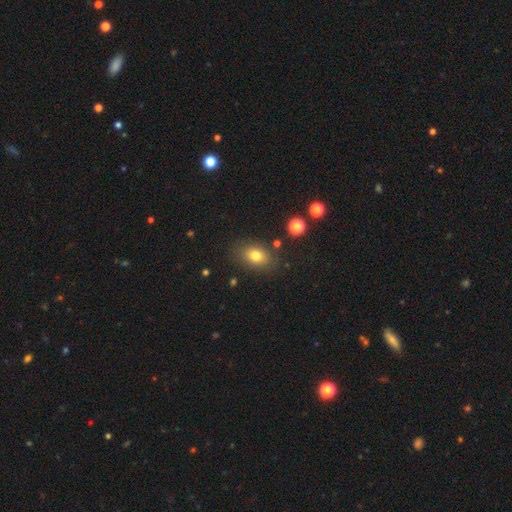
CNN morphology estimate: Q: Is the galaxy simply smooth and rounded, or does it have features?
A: smooth — 77%.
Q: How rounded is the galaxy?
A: in between — 74%.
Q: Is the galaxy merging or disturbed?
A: none — 82%.